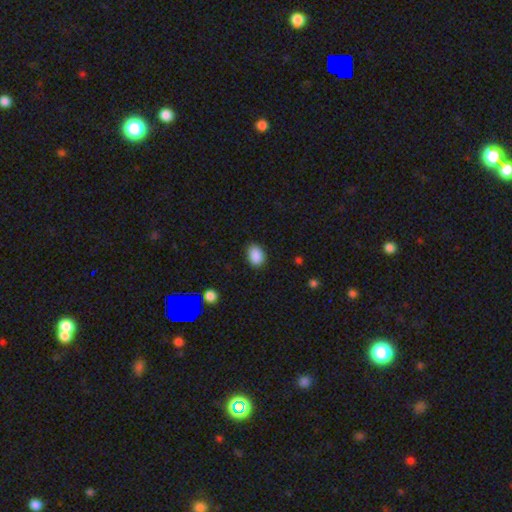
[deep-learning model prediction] Q: Smooth or featured?
A: smooth (88%); runner-up: star or artifact (9%)
Q: How rounded?
A: in between (74%); runner-up: round (25%)
Q: Merging?
A: none (84%); runner-up: minor disturbance (12%)